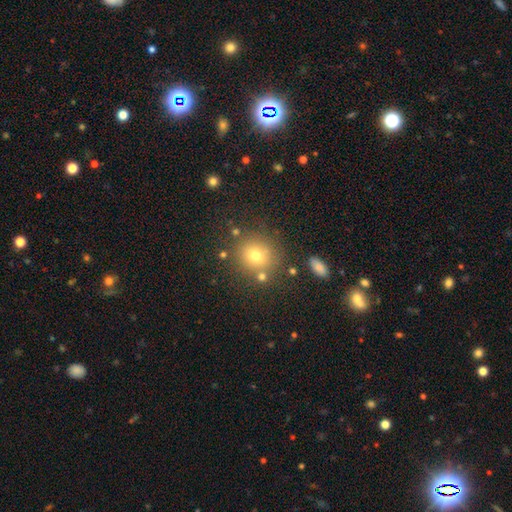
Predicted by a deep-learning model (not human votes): Smooth or featured: smooth — 74% (star or artifact — 15%)
How rounded: round — 84% (in between — 15%)
Merging: none — 77% (minor disturbance — 11%)